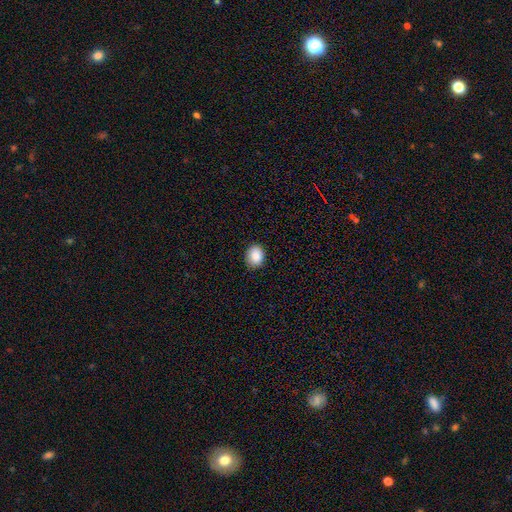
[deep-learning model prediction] Smooth or featured? smooth (89%)
How rounded? in between (53%)
Merging? none (85%)